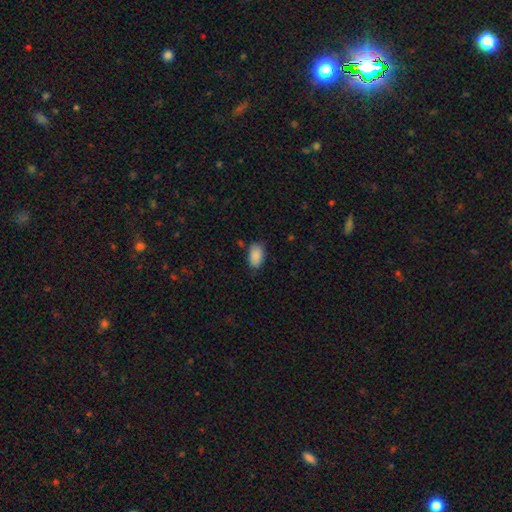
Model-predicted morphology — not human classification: Q: Smooth or featured?
A: smooth (89%); runner-up: star or artifact (7%)
Q: How rounded?
A: in between (92%); runner-up: round (7%)
Q: Merging?
A: none (75%); runner-up: minor disturbance (18%)